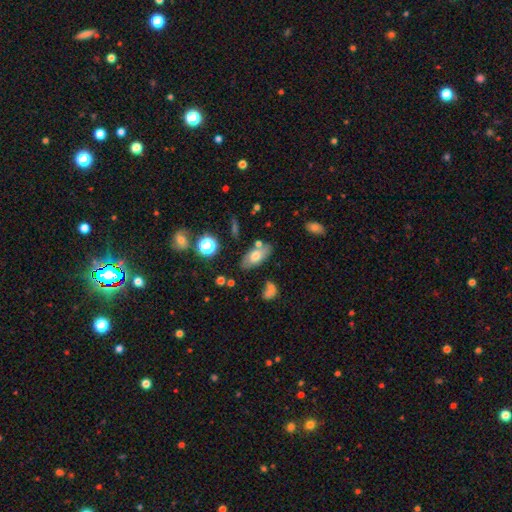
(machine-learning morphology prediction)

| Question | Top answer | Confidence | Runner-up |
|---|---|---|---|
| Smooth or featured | smooth | 64% | featured or disk (26%) |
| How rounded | in between | 88% | cigar-shaped (7%) |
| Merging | none | 70% | minor disturbance (16%) |